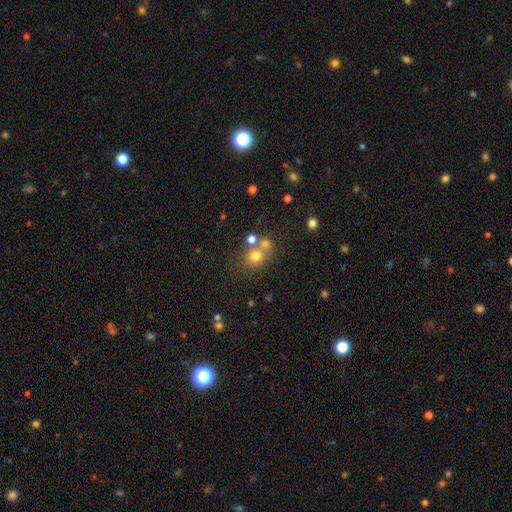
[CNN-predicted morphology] The model was most divided on "merging": none: 51%, merger: 34%, minor disturbance: 10%, major disturbance: 5%. More confident: how rounded — round (77%); smooth or featured — smooth (71%).